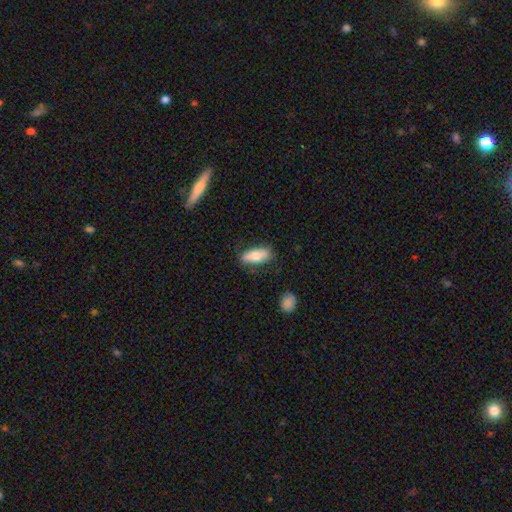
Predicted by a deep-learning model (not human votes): Morphology: type=smooth (71%); roundness=in between (77%); merging=none (77%).